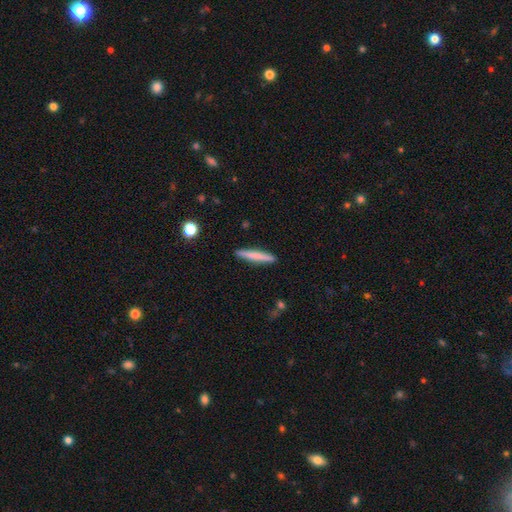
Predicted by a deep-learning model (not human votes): This appears to be a smooth galaxy with no disk features (69%) that is cigar-shaped (94%). Merging: none (91%).